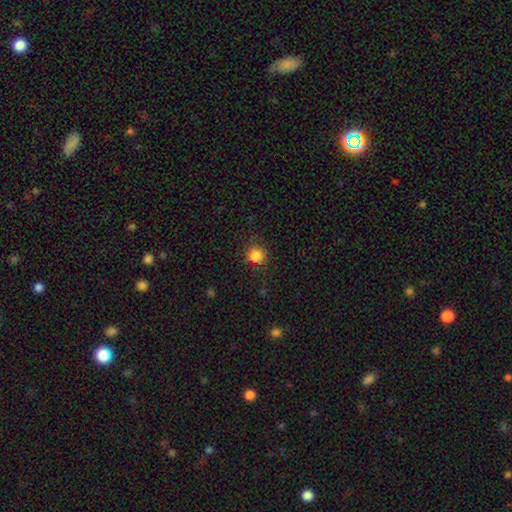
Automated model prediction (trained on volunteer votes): Q: Smooth or featured?
A: smooth (84%); runner-up: star or artifact (12%)
Q: How rounded?
A: round (91%); runner-up: in between (8%)
Q: Merging?
A: none (85%); runner-up: minor disturbance (10%)